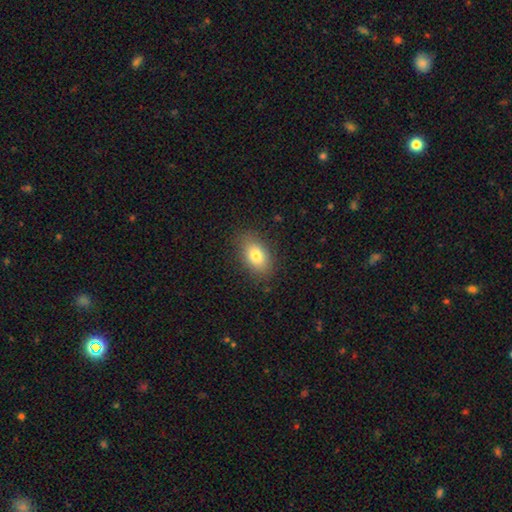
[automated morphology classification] Overall: smooth (79%). How rounded: in between (87%). Merging: none (85%).